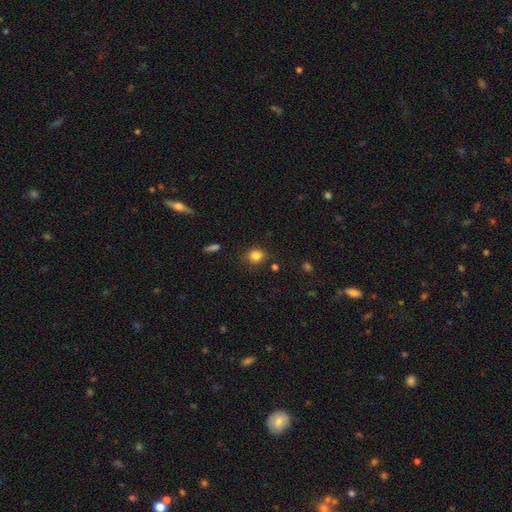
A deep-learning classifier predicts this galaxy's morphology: smooth_or_featured: smooth (p=0.83) [alt: star or artifact p=0.12]
how_rounded: round (p=0.70) [alt: in between p=0.29]
merging: none (p=0.79) [alt: minor disturbance p=0.14]